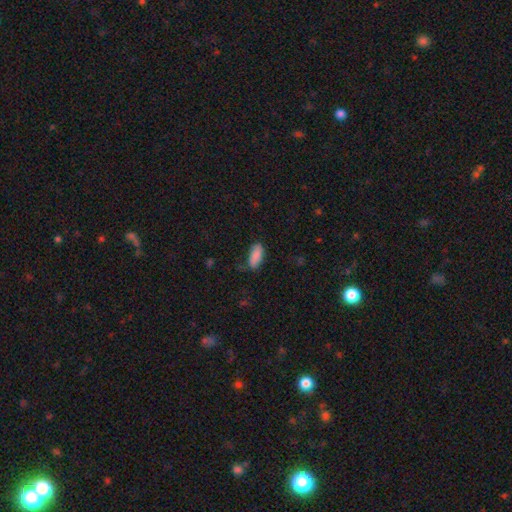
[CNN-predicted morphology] A smooth galaxy with no disk features (87%) that is in between round and cigar-shaped (86%).

Vote fractions:
- Smooth or featured? smooth: 87% / star or artifact: 7% / featured or disk: 6%
- How rounded? in between: 86% / cigar-shaped: 12% / round: 2%
- Merging? none: 68% / minor disturbance: 24% / major disturbance: 6% / merger: 2%